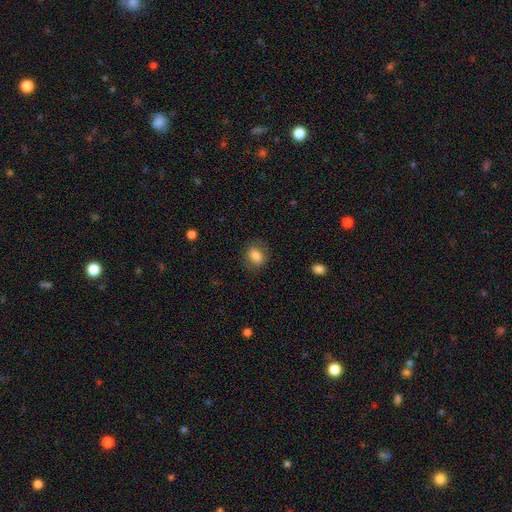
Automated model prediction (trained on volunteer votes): The model was most divided on "how rounded": in between: 50%, round: 49%, cigar-shaped: 1%. More confident: smooth or featured — smooth (79%); merging — none (79%).